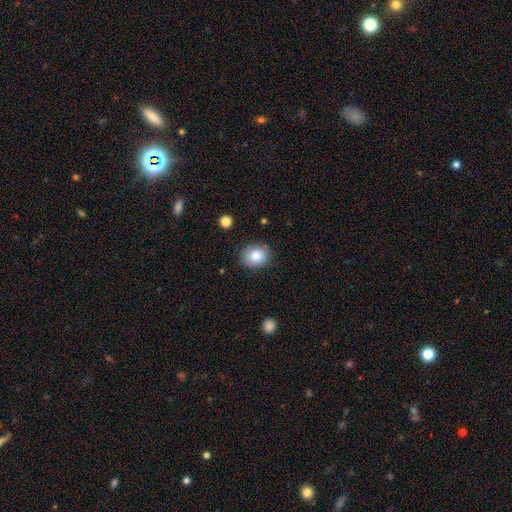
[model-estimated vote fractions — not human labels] smooth 85%, star or artifact 8%, featured or disk 7%. Down the decision tree: how rounded — round (61%); merging — none (82%).